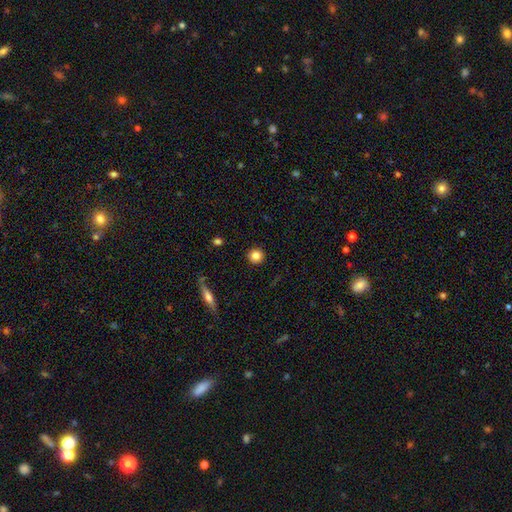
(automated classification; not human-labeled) smooth_or_featured: smooth (p=0.83) [alt: star or artifact p=0.10]
how_rounded: round (p=0.93) [alt: in between p=0.05]
merging: none (p=0.92) [alt: minor disturbance p=0.05]